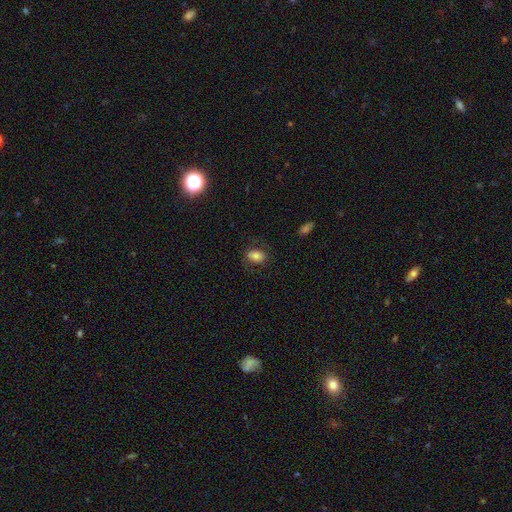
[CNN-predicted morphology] A smooth galaxy with no disk features (80%) that is in between round and cigar-shaped (82%). Merging: none (76%).